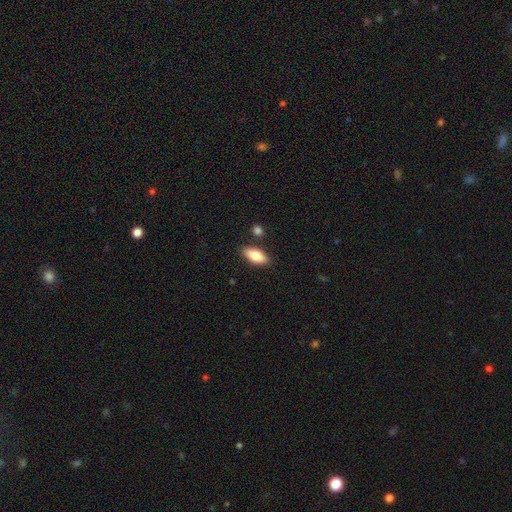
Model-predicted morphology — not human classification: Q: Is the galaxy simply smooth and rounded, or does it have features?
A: smooth — 79%.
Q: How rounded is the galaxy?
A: in between — 82%.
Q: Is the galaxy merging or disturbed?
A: none — 84%.